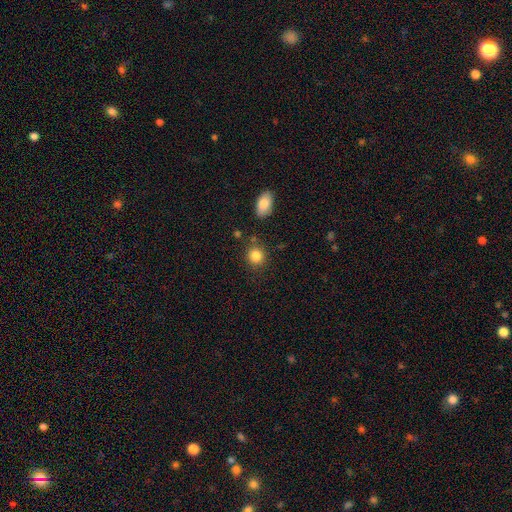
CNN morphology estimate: Smooth or featured? Predicted: smooth (p=0.85). How rounded? Predicted: round (p=0.81). Merging? Predicted: none (p=0.81).